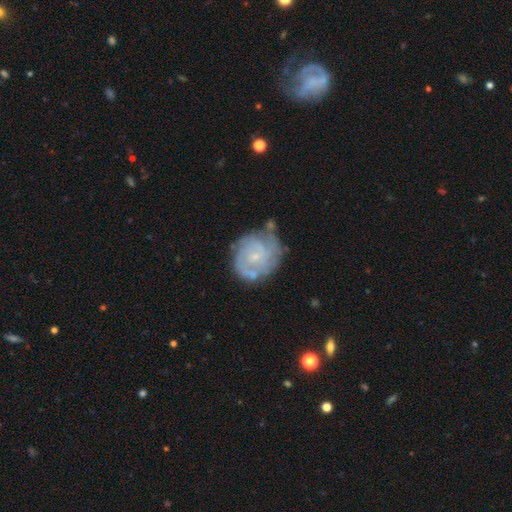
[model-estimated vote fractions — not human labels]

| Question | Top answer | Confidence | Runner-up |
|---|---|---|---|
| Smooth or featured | featured or disk | 75% | smooth (19%) |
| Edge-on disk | no | 98% | yes (2%) |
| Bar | no | 69% | weak (27%) |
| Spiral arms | yes | 88% | no (12%) |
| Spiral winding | tight | 60% | medium (30%) |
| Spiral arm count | can't tell | 40% | 2 (25%) |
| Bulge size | small | 78% | moderate (14%) |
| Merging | none | 54% | minor disturbance (27%) |